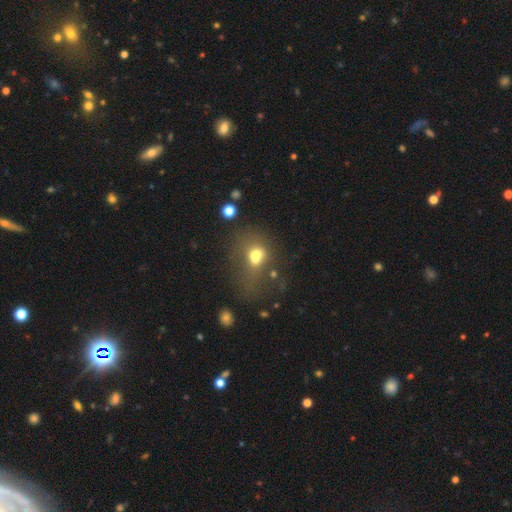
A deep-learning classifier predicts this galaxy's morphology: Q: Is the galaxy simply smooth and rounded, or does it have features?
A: smooth — 63%.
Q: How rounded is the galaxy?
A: in between — 53%.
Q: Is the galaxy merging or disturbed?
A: merger — 29%.